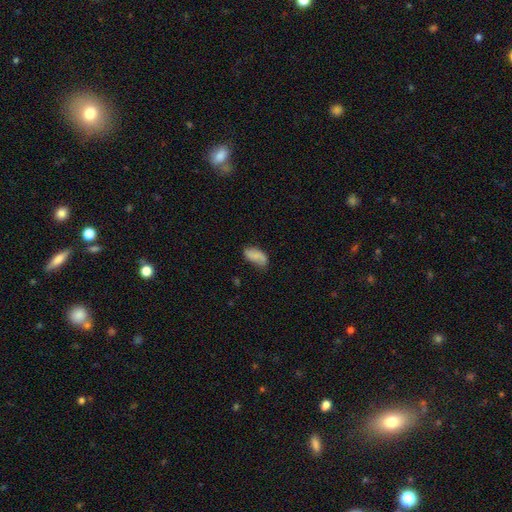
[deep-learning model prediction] The model was most divided on "merging": none: 60%, minor disturbance: 29%, major disturbance: 8%, merger: 3%. More confident: how rounded — in between (93%); smooth or featured — smooth (70%).